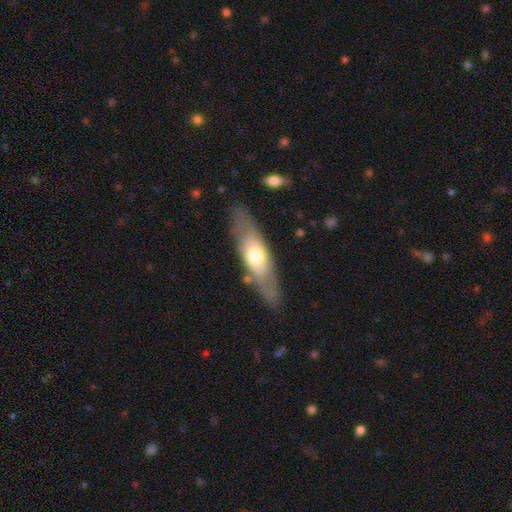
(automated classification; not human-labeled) smooth 49%, featured or disk 46%, star or artifact 6%. Down the decision tree: merging — none (79%).